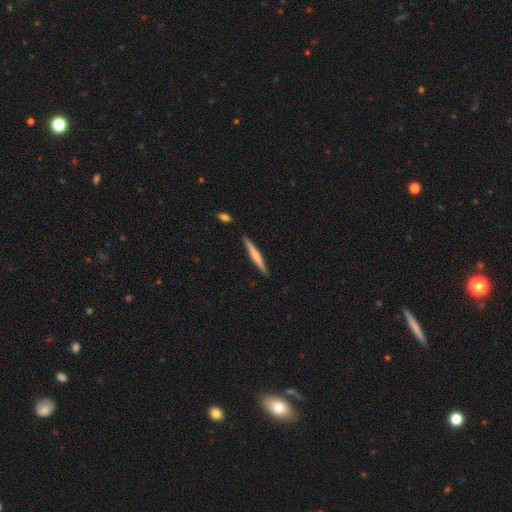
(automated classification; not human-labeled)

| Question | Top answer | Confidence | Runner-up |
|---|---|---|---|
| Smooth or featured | smooth | 53% | featured or disk (42%) |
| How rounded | cigar-shaped | 96% | in between (3%) |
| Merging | none | 90% | minor disturbance (7%) |